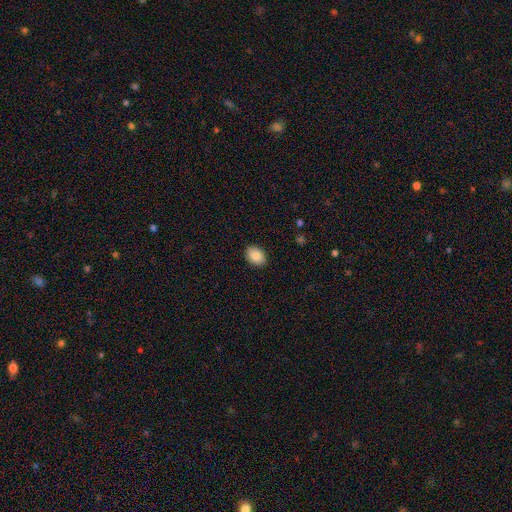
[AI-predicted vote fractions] Smooth or featured? Predicted: smooth (p=0.87). How rounded? Predicted: in between (p=0.77). Merging? Predicted: none (p=0.90).